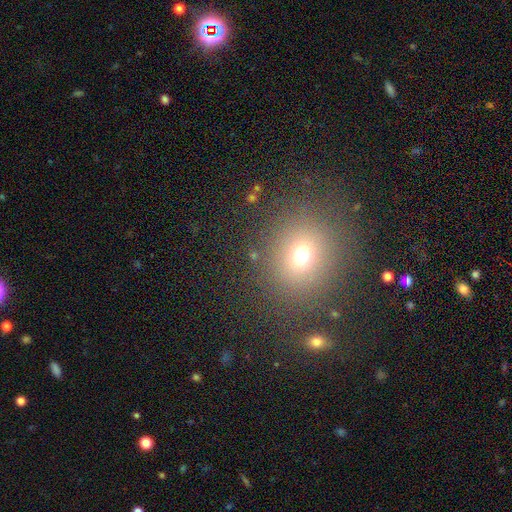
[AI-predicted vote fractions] This appears to be a smooth galaxy with no disk features (68%) that is round (78%). Merging: none (83%).